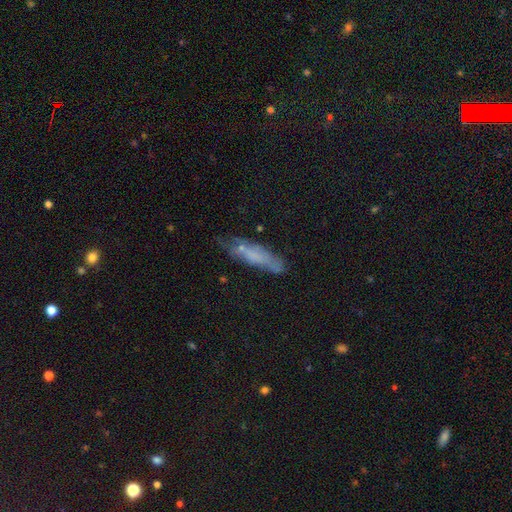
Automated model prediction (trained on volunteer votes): smooth-or-featured: smooth: 56% | featured or disk: 34% | star or artifact: 10%
  how-rounded: cigar-shaped: 72% | in between: 26% | round: 2%
  merging: none: 53% | minor disturbance: 28% | major disturbance: 13% | merger: 6%